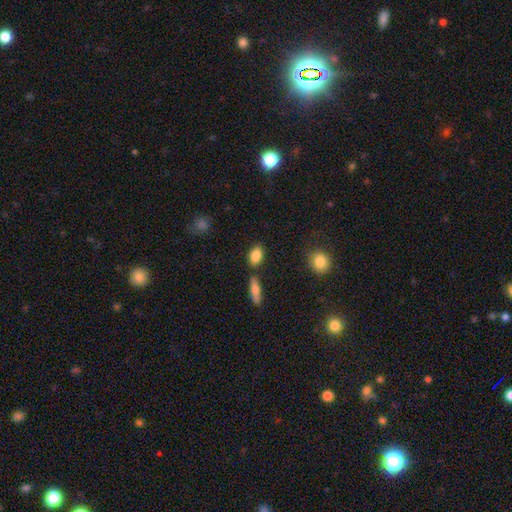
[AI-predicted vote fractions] Smooth or featured: smooth — 84% (featured or disk — 8%)
How rounded: in between — 87% (round — 8%)
Merging: none — 77% (minor disturbance — 11%)